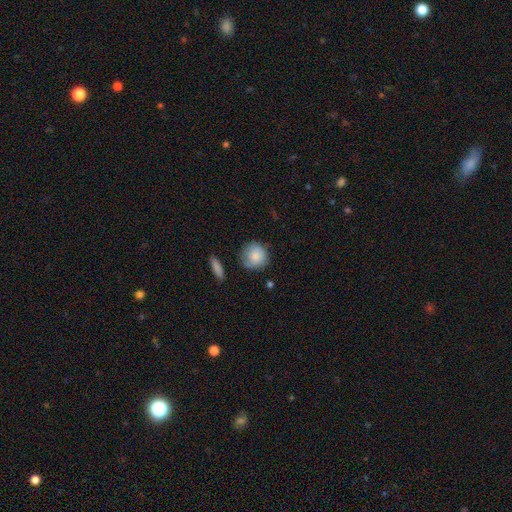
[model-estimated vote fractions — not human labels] Smooth or featured?
  - smooth: 83% *
  - featured or disk: 10%
  - star or artifact: 7%
How rounded?
  - round: 89% *
  - in between: 10%
  - cigar-shaped: 1%
Merging?
  - none: 72% *
  - minor disturbance: 20%
  - major disturbance: 5%
  - merger: 3%